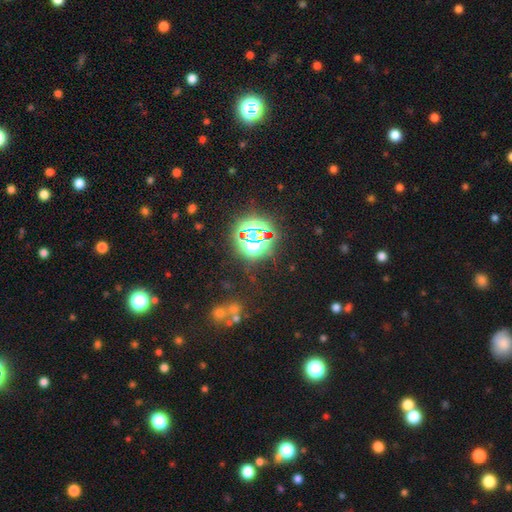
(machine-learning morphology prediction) This appears to be a star or artifact, not a galaxy (80%).